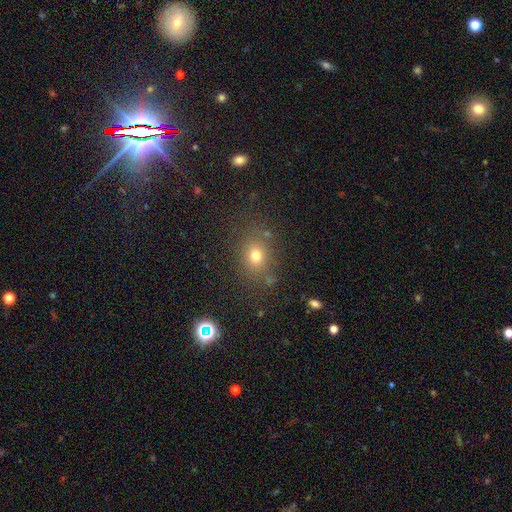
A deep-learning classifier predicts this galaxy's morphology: smooth_or_featured: smooth (p=0.73) [alt: star or artifact p=0.18]
how_rounded: round (p=0.52) [alt: in between p=0.46]
merging: none (p=0.78) [alt: minor disturbance p=0.13]